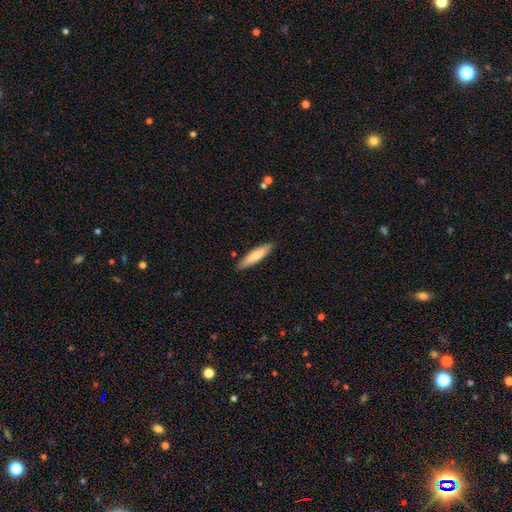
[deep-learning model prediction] The model was most divided on "smooth or featured": smooth: 74%, featured or disk: 21%, star or artifact: 5%. More confident: merging — none (89%); how rounded — cigar-shaped (82%).